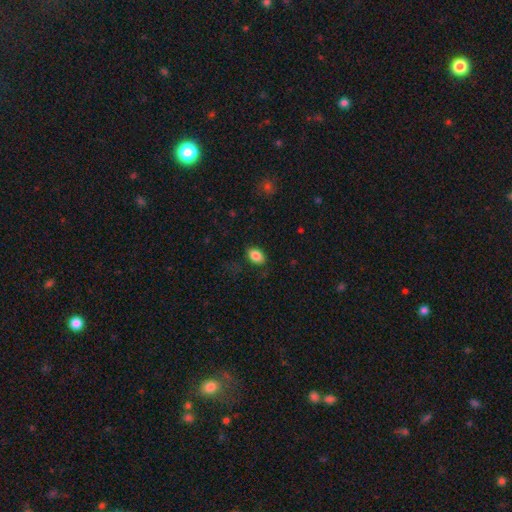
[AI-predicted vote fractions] A smooth galaxy with no disk features (86%) that is in between round and cigar-shaped (85%).

Vote fractions:
- Smooth or featured? smooth: 86% / star or artifact: 9% / featured or disk: 6%
- How rounded? in between: 85% / round: 14% / cigar-shaped: 1%
- Merging? none: 80% / minor disturbance: 15% / major disturbance: 4% / merger: 1%